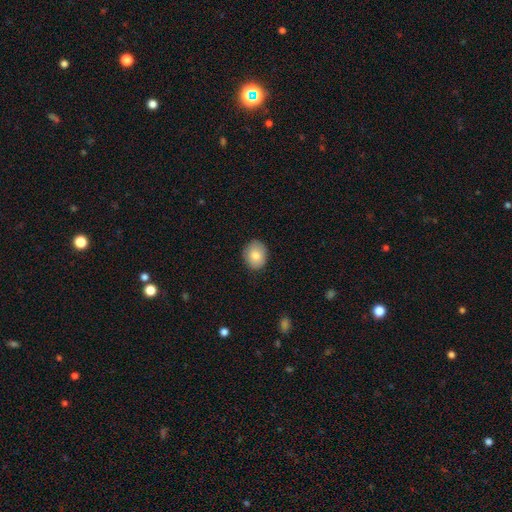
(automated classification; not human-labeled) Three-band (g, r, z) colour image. It shows a smooth galaxy with no disk features (80%) that is round (53%). Merging: none (85%).